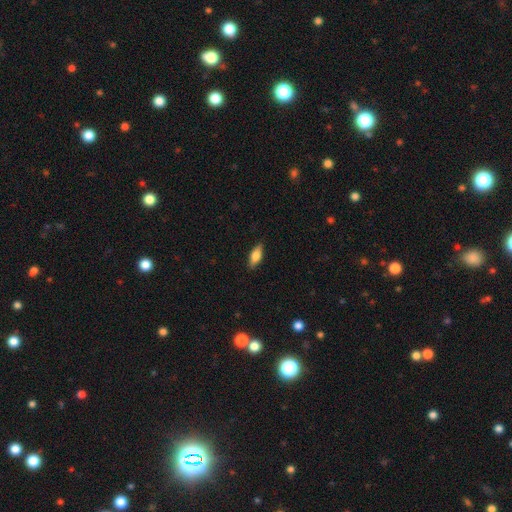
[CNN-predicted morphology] Smooth or featured? smooth (77%)
How rounded? in between (76%)
Merging? none (86%)